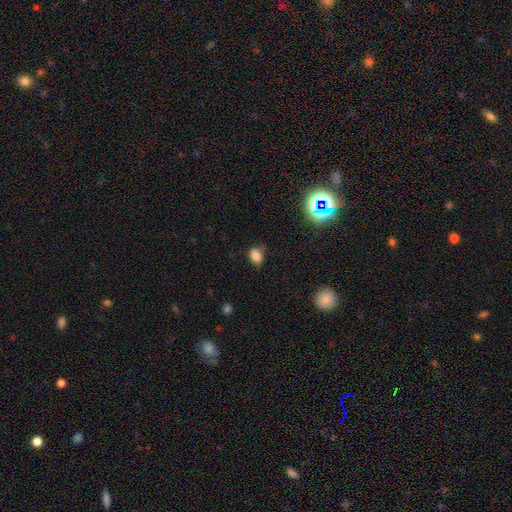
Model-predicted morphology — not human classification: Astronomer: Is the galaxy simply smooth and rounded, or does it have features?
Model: smooth — 81%.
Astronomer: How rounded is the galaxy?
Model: in between — 77%.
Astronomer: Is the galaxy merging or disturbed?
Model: none — 69%.